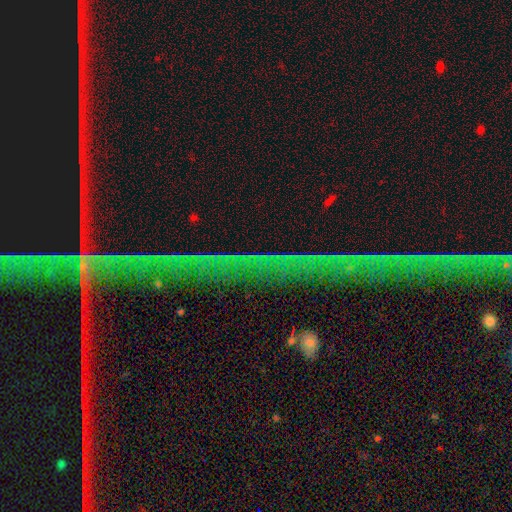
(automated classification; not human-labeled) Smooth or featured?
  - star or artifact: 74% *
  - featured or disk: 15%
  - smooth: 11%